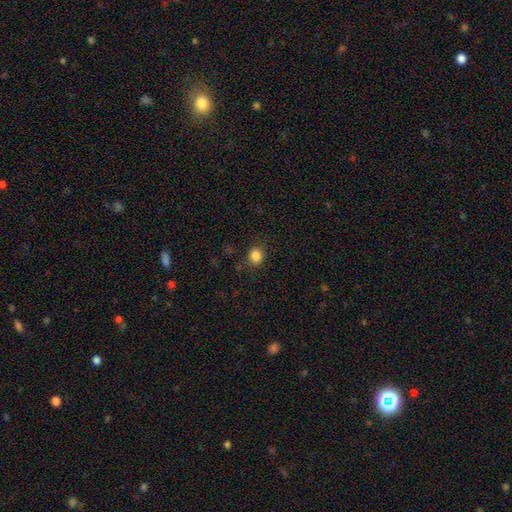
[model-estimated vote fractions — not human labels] A smooth galaxy with no disk features (84%) that is round (78%).

Vote fractions:
- Smooth or featured? smooth: 84% / star or artifact: 12% / featured or disk: 4%
- How rounded? round: 78% / in between: 21% / cigar-shaped: 1%
- Merging? none: 80% / minor disturbance: 13% / major disturbance: 4% / merger: 2%